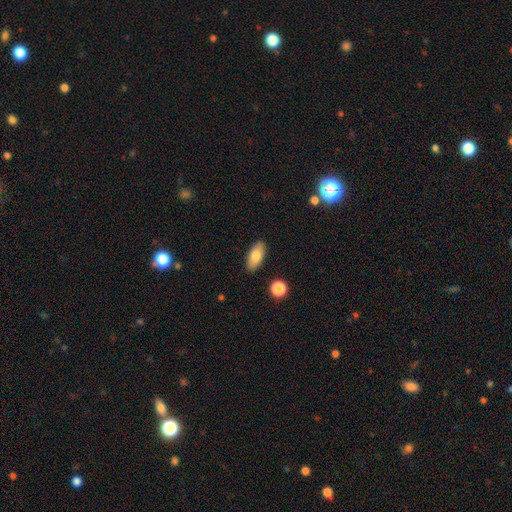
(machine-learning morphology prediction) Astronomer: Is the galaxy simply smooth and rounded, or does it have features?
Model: smooth — 79%.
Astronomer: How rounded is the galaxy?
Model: in between — 88%.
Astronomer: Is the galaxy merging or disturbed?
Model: none — 88%.